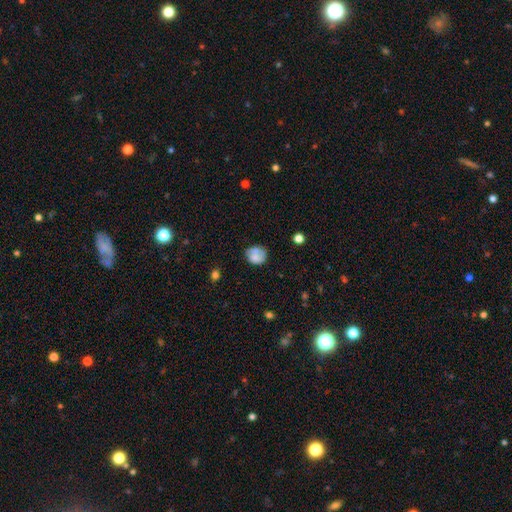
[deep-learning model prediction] Smooth or featured? Predicted: smooth (p=0.61). How rounded? Predicted: round (p=0.63). Merging? Predicted: none (p=0.49).